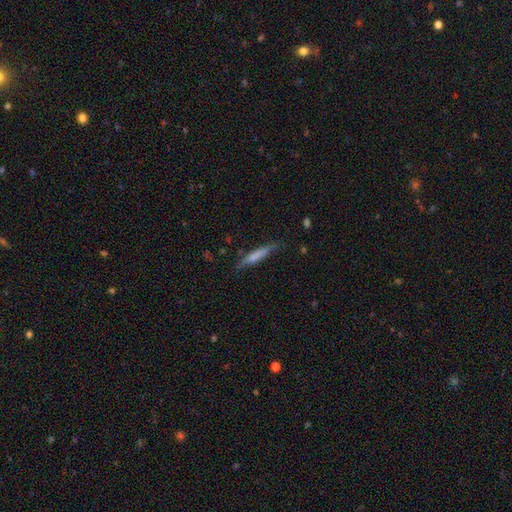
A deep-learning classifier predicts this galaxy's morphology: type=smooth (62%); roundness=cigar-shaped (90%); merging=none (76%).